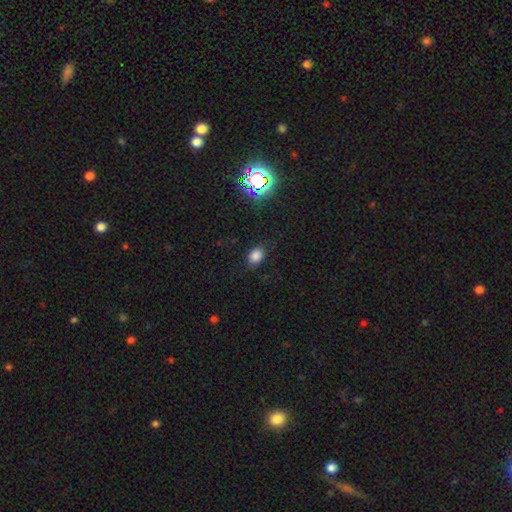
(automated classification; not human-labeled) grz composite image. It shows a smooth galaxy with no disk features (77%) that is in between round and cigar-shaped (69%). Merging: none (79%).